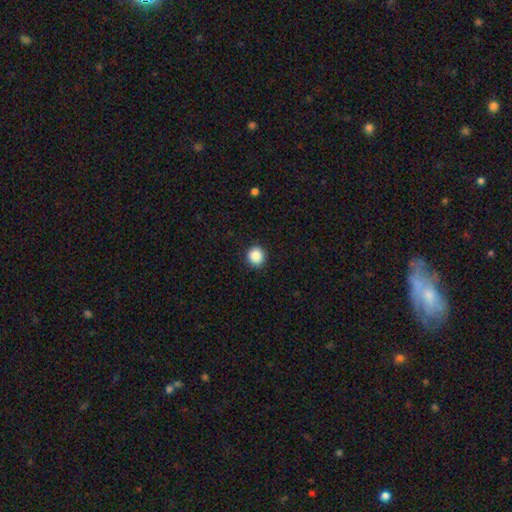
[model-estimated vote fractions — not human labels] Smooth or featured: smooth — 87% (star or artifact — 9%)
How rounded: round — 92% (in between — 7%)
Merging: none — 90% (minor disturbance — 7%)